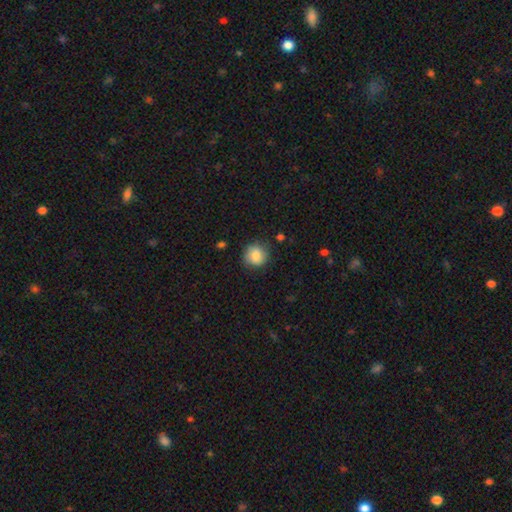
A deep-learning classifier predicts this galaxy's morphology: Smooth or featured: smooth — 83% (featured or disk — 9%)
How rounded: round — 85% (in between — 14%)
Merging: none — 79% (minor disturbance — 15%)